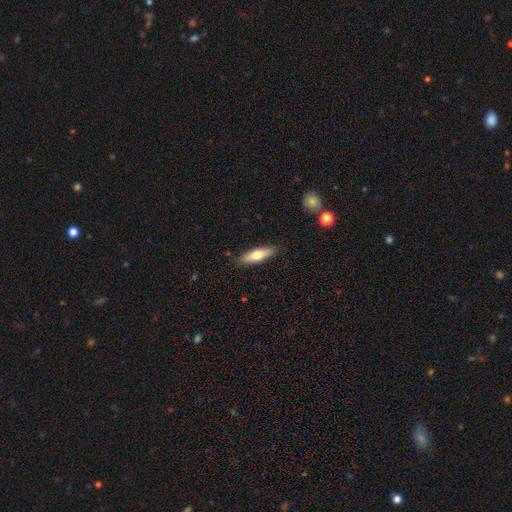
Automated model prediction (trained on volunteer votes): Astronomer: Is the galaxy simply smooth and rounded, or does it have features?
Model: smooth — 66%.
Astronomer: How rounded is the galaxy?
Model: cigar-shaped — 54% (runner-up: in between, 44%).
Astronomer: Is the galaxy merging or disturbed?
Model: none — 87%.